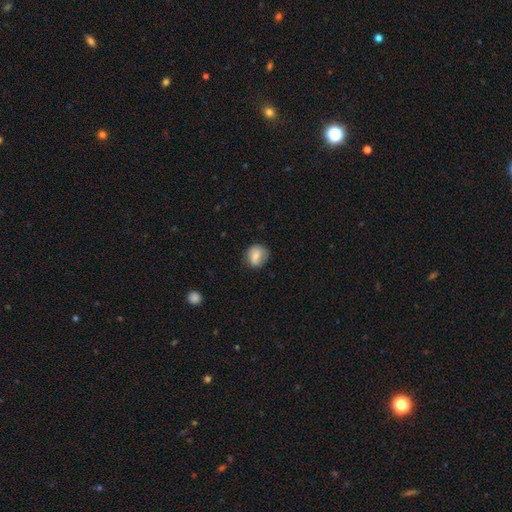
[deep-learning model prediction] Smooth or featured?
  - smooth: 75% *
  - featured or disk: 17%
  - star or artifact: 8%
How rounded?
  - round: 75% *
  - in between: 24%
  - cigar-shaped: 1%
Merging?
  - none: 73% *
  - minor disturbance: 20%
  - major disturbance: 5%
  - merger: 1%